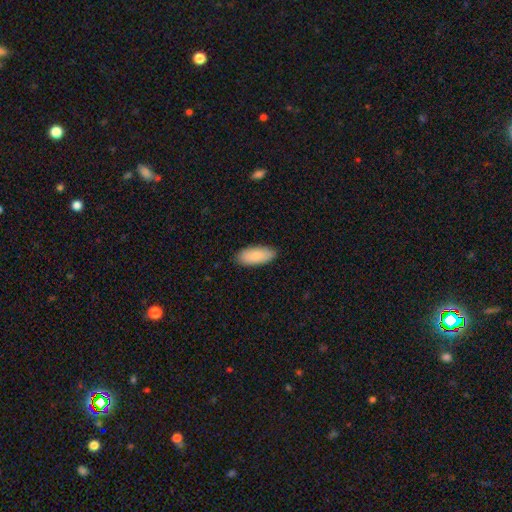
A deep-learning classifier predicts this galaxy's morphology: Smooth or featured?
  - smooth: 87% *
  - featured or disk: 7%
  - star or artifact: 6%
How rounded?
  - in between: 85% *
  - cigar-shaped: 13%
  - round: 2%
Merging?
  - none: 88% *
  - minor disturbance: 9%
  - major disturbance: 2%
  - merger: 1%